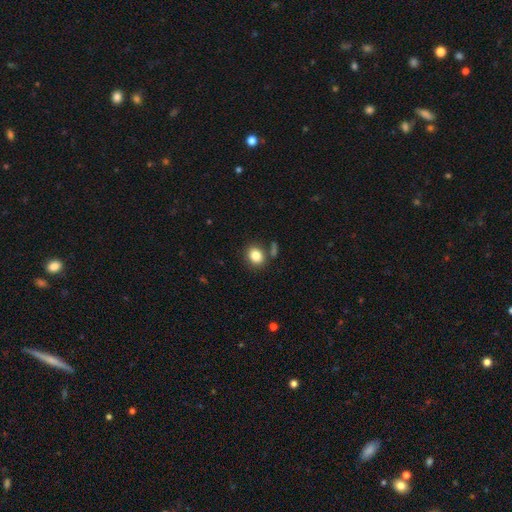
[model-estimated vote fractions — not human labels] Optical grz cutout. It shows a smooth galaxy with no disk features (83%) that is round (60%). Merging: none (76%).